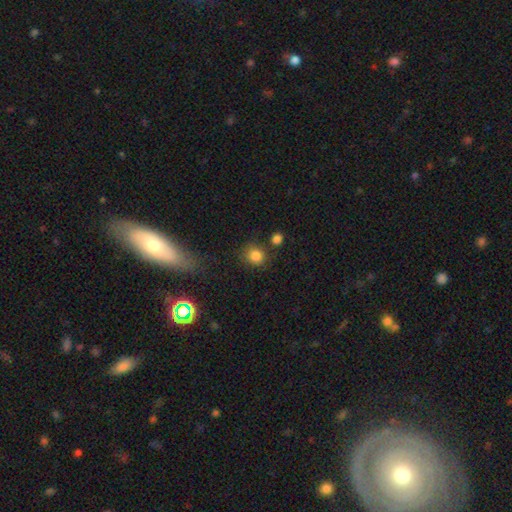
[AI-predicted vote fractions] This is clearly a smooth galaxy (83%). How rounded: clearly round (84%). Merging: likely none (74%).